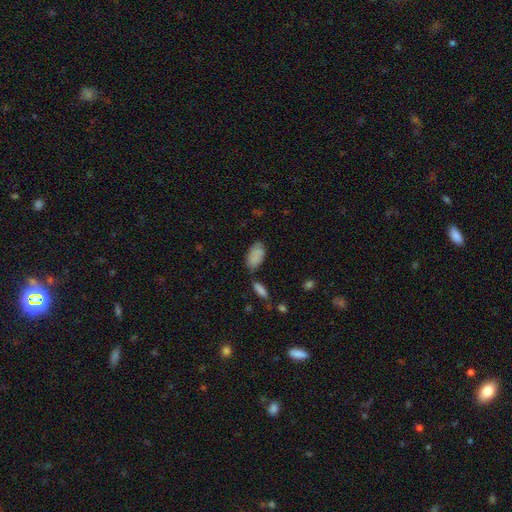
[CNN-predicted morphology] smooth 86%, featured or disk 7%, star or artifact 7%. Down the decision tree: how rounded — in between (93%); merging — none (64%).